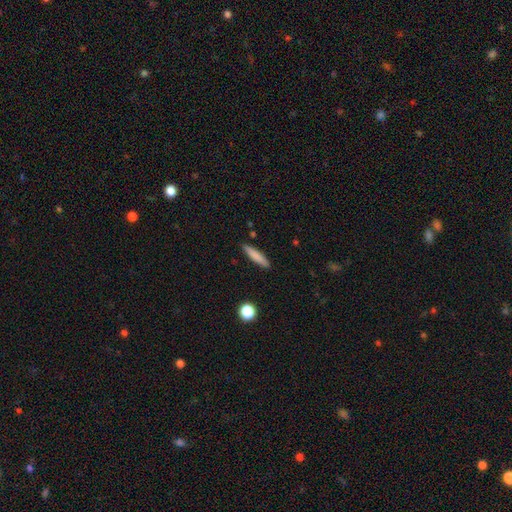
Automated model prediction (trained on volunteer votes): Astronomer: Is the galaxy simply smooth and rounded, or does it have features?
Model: smooth — 78%.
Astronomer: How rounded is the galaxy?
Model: cigar-shaped — 87%.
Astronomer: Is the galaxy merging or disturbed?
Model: none — 89%.